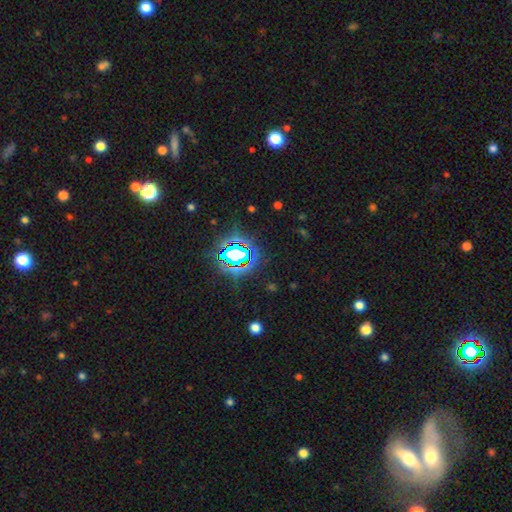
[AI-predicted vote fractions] This appears to be a star or artifact, not a galaxy (79%).